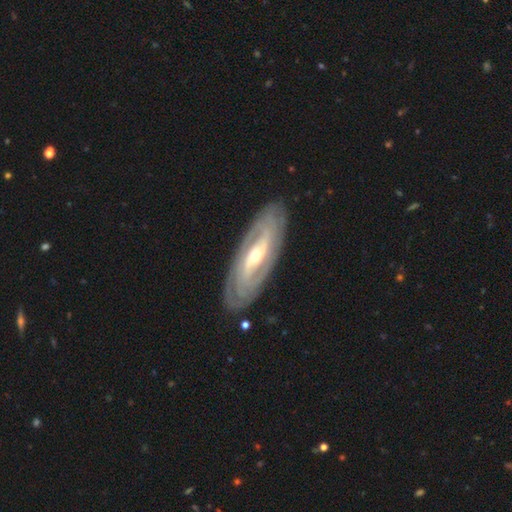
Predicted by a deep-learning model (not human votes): Q: Smooth or featured?
A: featured or disk (86%); runner-up: smooth (10%)
Q: Edge-on disk?
A: no (88%); runner-up: yes (12%)
Q: Bar?
A: strong (34%); runner-up: no (33%)
Q: Spiral arms?
A: yes (91%); runner-up: no (9%)
Q: Spiral winding?
A: tight (71%); runner-up: medium (22%)
Q: Spiral arm count?
A: 2 (38%); runner-up: can't tell (33%)
Q: Bulge size?
A: moderate (49%); runner-up: small (47%)
Q: Merging?
A: none (84%); runner-up: minor disturbance (11%)